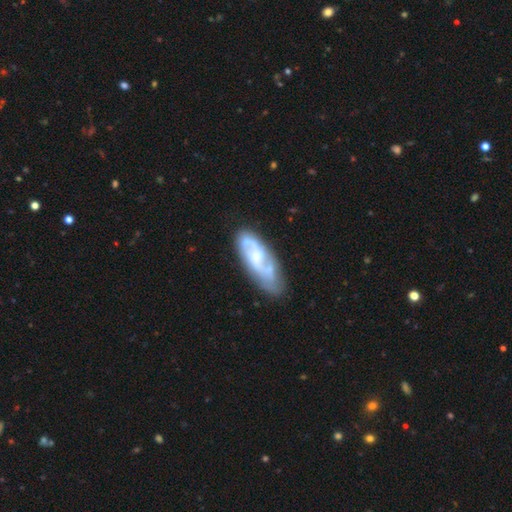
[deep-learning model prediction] Smooth or featured: featured or disk — 70% (smooth — 23%)
Edge-on disk: no — 88% (yes — 12%)
Bar: no — 58% (weak — 34%)
Spiral arms: yes — 83% (no — 17%)
Spiral winding: medium — 44% (tight — 34%)
Spiral arm count: 2 — 50% (can't tell — 30%)
Bulge size: small — 40% (moderate — 37%)
Merging: none — 65% (minor disturbance — 21%)